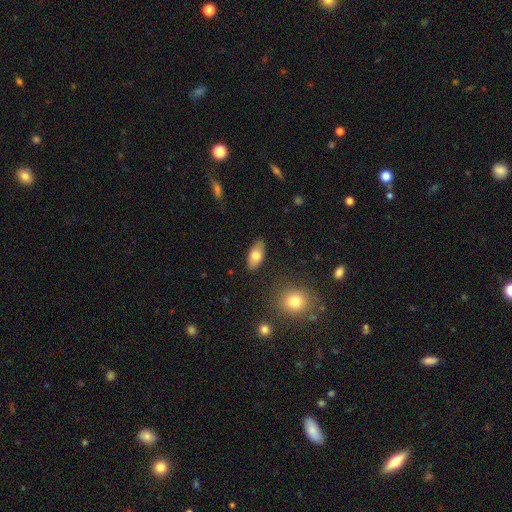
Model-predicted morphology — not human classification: smooth-or-featured: smooth: 76% | featured or disk: 17% | star or artifact: 7%
  how-rounded: in between: 90% | cigar-shaped: 7% | round: 4%
  merging: none: 86% | minor disturbance: 10% | major disturbance: 2% | merger: 2%